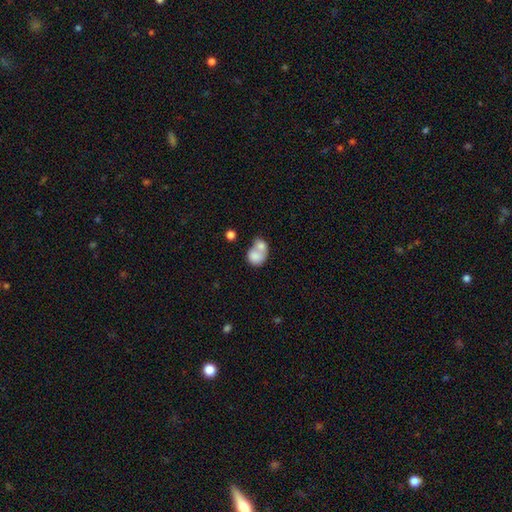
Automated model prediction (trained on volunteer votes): Smooth or featured? Predicted: smooth (p=0.76). How rounded? Predicted: round (p=0.54). Merging? Predicted: merger (p=0.71).